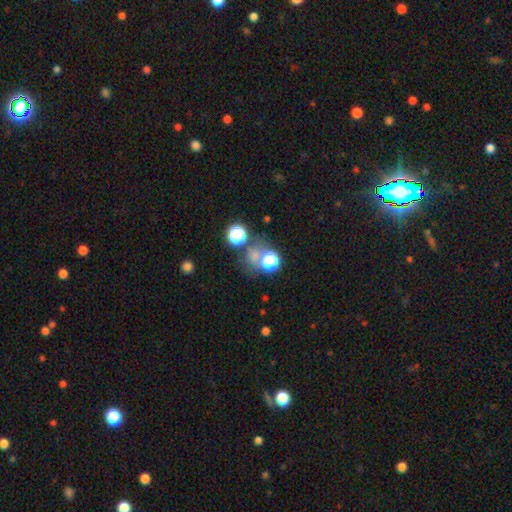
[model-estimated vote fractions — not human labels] Morphology: type=smooth (57%); roundness=round (79%); merging=none (58%).